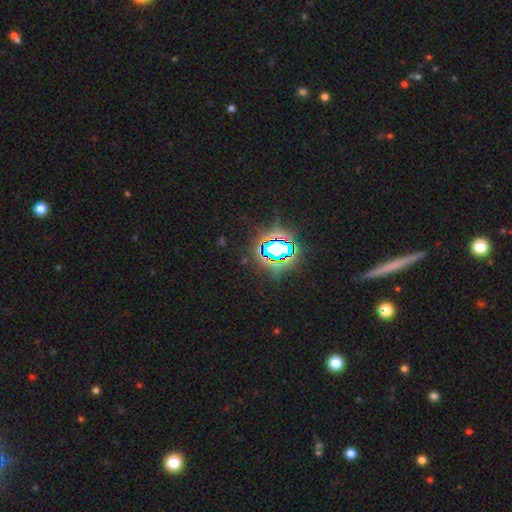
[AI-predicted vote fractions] Smooth or featured?
  - star or artifact: 78% *
  - smooth: 14%
  - featured or disk: 8%